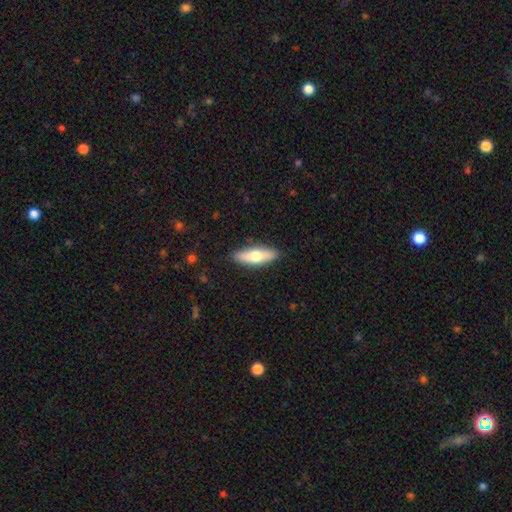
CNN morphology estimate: The model was most divided on "how rounded": in between: 55%, cigar-shaped: 42%, round: 3%. More confident: merging — none (87%); smooth or featured — smooth (61%).